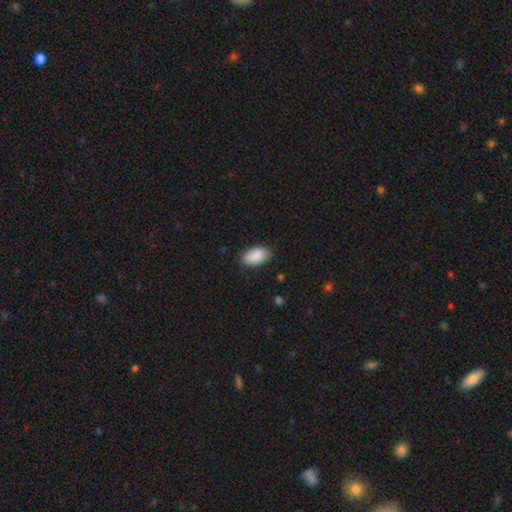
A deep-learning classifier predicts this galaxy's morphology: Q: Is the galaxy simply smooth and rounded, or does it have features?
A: smooth — 89%.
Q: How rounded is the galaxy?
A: in between — 93%.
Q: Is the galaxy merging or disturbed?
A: none — 80%.